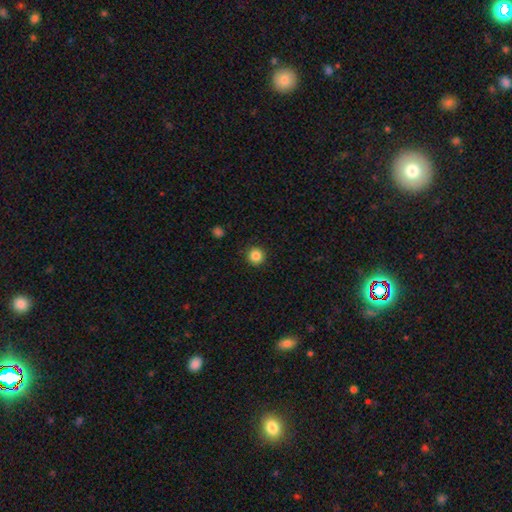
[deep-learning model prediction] Overall: smooth (85%). How rounded: round (95%). Merging: none (92%).